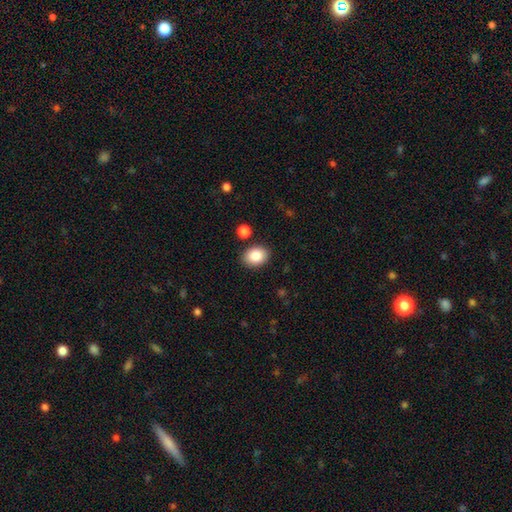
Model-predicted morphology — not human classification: type=smooth (86%); roundness=in between (68%); merging=none (86%).